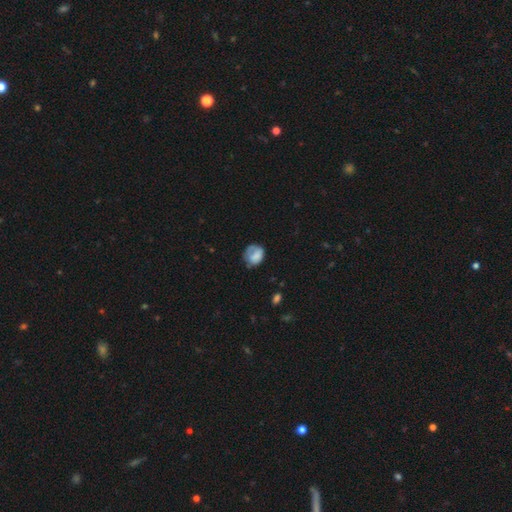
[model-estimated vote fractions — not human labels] Smooth or featured?
  - smooth: 70% *
  - featured or disk: 21%
  - star or artifact: 9%
How rounded?
  - round: 59% *
  - in between: 40%
  - cigar-shaped: 1%
Merging?
  - none: 45% *
  - minor disturbance: 31%
  - major disturbance: 21%
  - merger: 3%